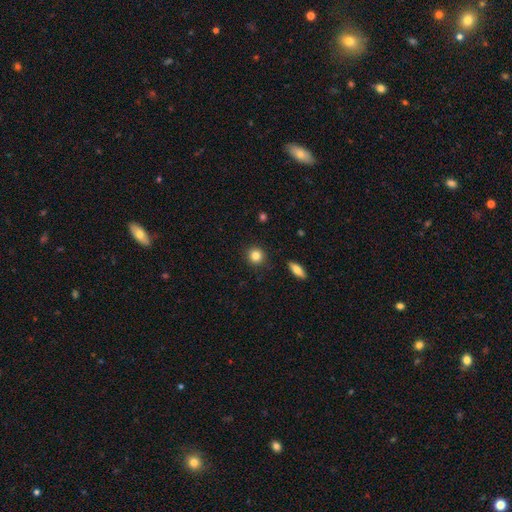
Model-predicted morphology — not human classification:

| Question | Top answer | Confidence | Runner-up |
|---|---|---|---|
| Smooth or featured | smooth | 84% | star or artifact (10%) |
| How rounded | round | 90% | in between (9%) |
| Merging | none | 90% | minor disturbance (7%) |